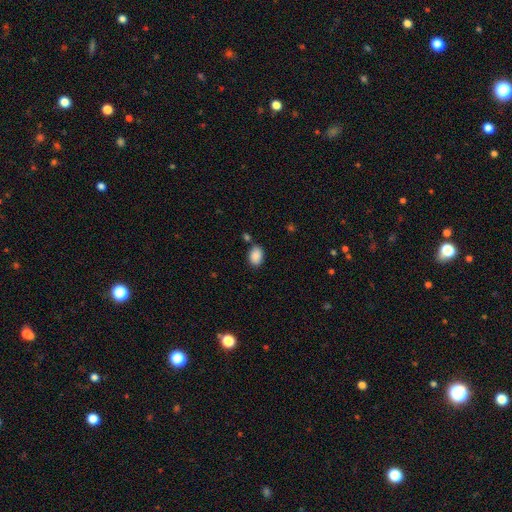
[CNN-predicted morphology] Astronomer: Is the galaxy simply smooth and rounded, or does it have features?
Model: smooth — 89%.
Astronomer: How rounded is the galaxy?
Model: in between — 82%.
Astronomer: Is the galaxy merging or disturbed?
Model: none — 75%.